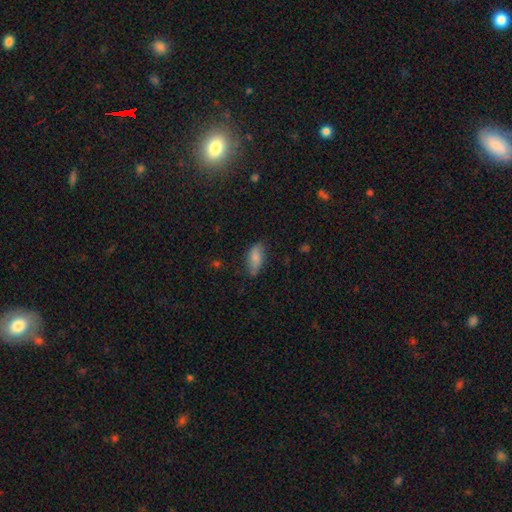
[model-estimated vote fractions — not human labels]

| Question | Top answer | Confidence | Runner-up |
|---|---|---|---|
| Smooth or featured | smooth | 77% | featured or disk (16%) |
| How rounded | in between | 86% | cigar-shaped (11%) |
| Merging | none | 70% | minor disturbance (23%) |